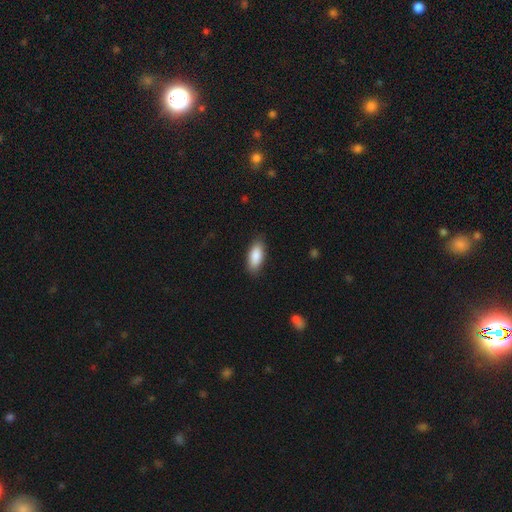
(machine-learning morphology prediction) smooth_or_featured: smooth (p=0.88) [alt: featured or disk p=0.06]
how_rounded: in between (p=0.85) [alt: cigar-shaped p=0.13]
merging: none (p=0.86) [alt: minor disturbance p=0.10]